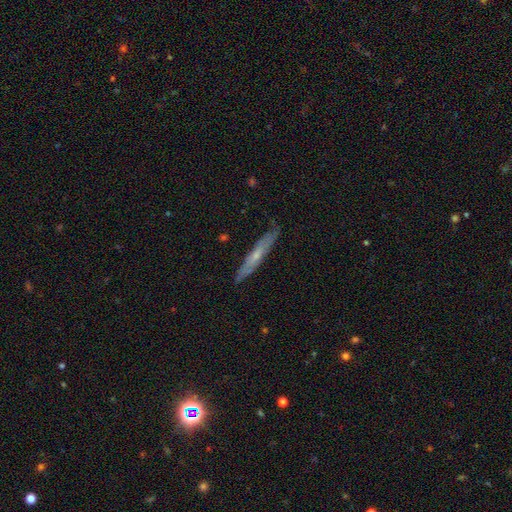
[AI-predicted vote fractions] Q: Smooth or featured?
A: featured or disk (53%); runner-up: smooth (41%)
Q: Edge-on disk?
A: yes (84%); runner-up: no (16%)
Q: Merging?
A: none (83%); runner-up: minor disturbance (13%)